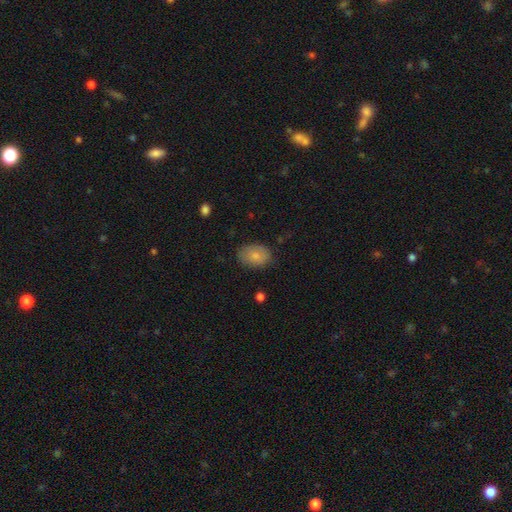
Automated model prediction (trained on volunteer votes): smooth_or_featured: smooth (p=0.83) [alt: featured or disk p=0.10]
how_rounded: in between (p=0.78) [alt: round p=0.21]
merging: none (p=0.80) [alt: minor disturbance p=0.16]